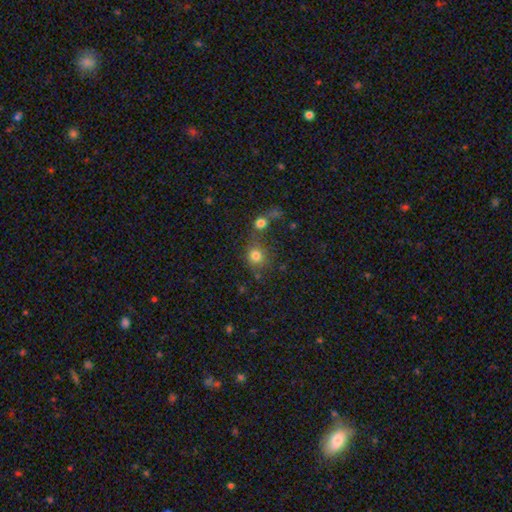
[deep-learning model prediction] A smooth galaxy with no disk features (79%) that is round (80%). Merging: none (56%).